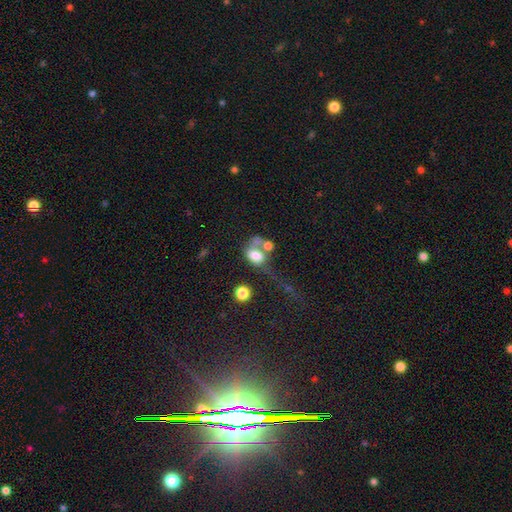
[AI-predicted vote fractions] Morphology: type=smooth (64%); roundness=in between (72%); merging=merger (50%).